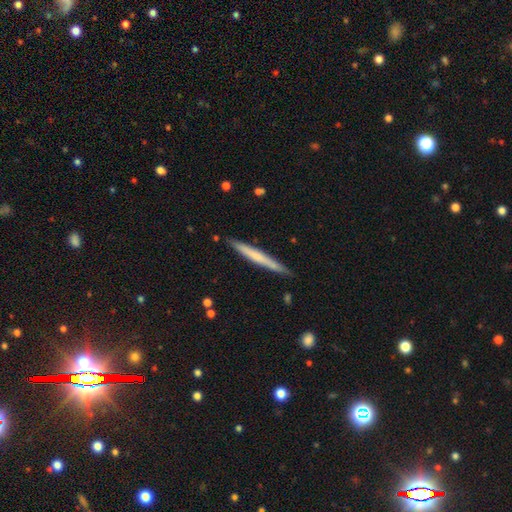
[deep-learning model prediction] Smooth or featured? smooth (54%)
How rounded? cigar-shaped (97%)
Merging? none (87%)